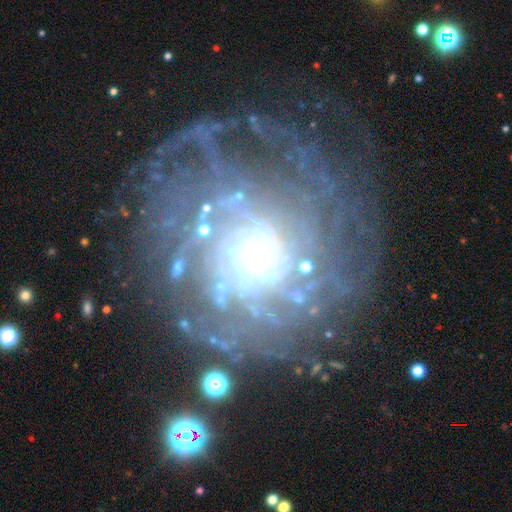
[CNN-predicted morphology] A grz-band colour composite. It shows a featured or disk galaxy (87%) with no bar (76%), tight (71%) spiral arms (94%) and a small central bulge (56%). Merging: none (67%).